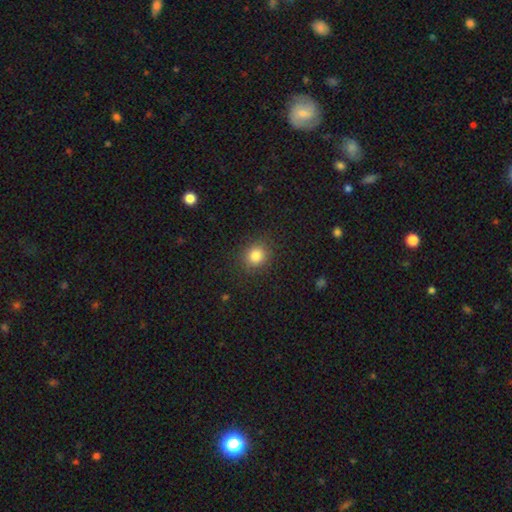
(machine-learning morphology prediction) Smooth or featured? smooth (84%)
How rounded? round (79%)
Merging? none (87%)